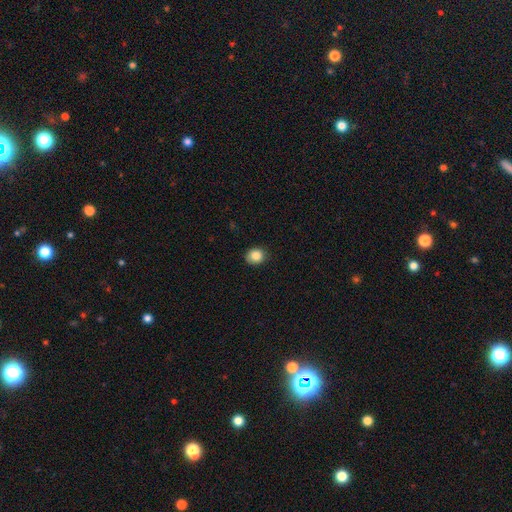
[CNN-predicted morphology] smooth-or-featured: smooth: 86% | star or artifact: 9% | featured or disk: 4%
  how-rounded: round: 77% | in between: 22% | cigar-shaped: 1%
  merging: none: 85% | minor disturbance: 12% | major disturbance: 2% | merger: 1%